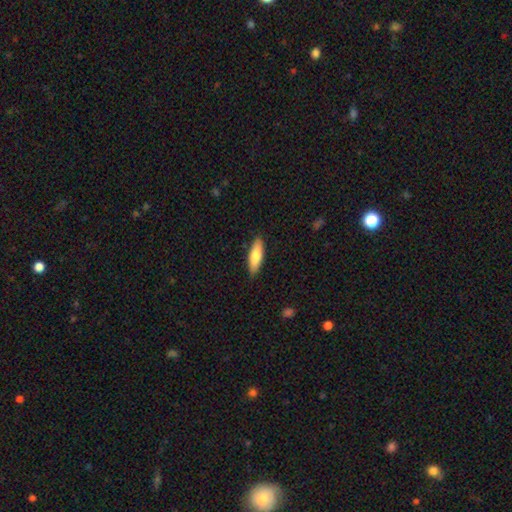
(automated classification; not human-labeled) This appears to be a smooth galaxy with no disk features (75%) that is in between round and cigar-shaped (51%). Merging: none (87%).